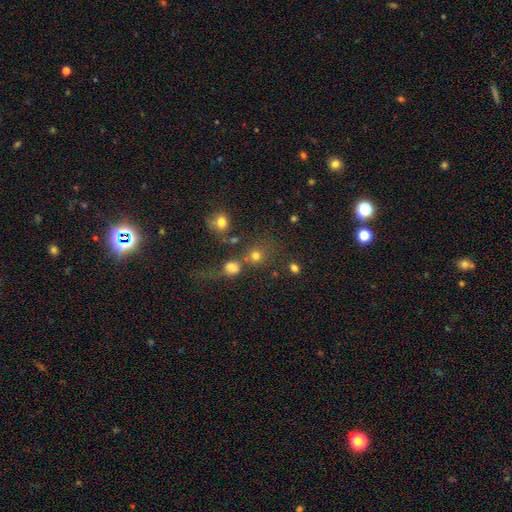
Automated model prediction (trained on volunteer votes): smooth 75%, star or artifact 17%, featured or disk 8%. Down the decision tree: how rounded — round (85%); merging — none (61%).